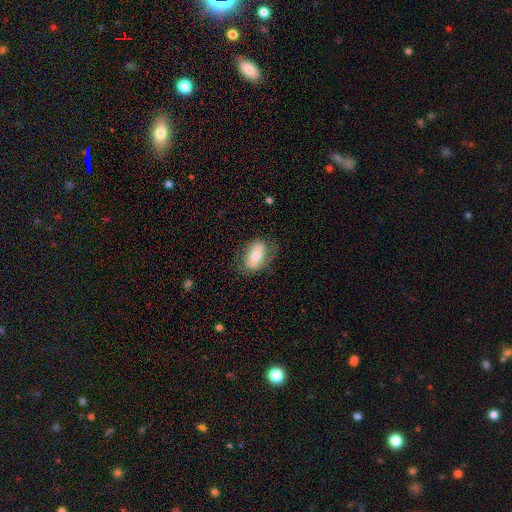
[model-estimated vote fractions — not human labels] A smooth galaxy with no disk features (56%) that is in between round and cigar-shaped (86%). Merging: none (71%).